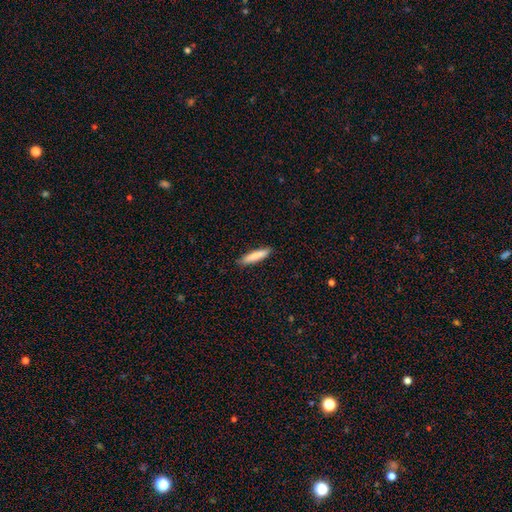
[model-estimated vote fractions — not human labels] smooth-or-featured: smooth: 84% | featured or disk: 11% | star or artifact: 6%
  how-rounded: cigar-shaped: 85% | in between: 13% | round: 1%
  merging: none: 90% | minor disturbance: 8% | major disturbance: 2% | merger: 1%